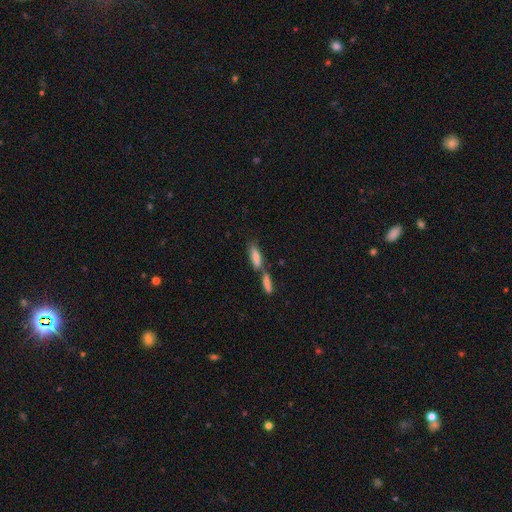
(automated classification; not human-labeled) smooth_or_featured: smooth (p=0.76) [alt: featured or disk p=0.16]
how_rounded: cigar-shaped (p=0.52) [alt: in between p=0.46]
merging: merger (p=0.47) [alt: none p=0.40]